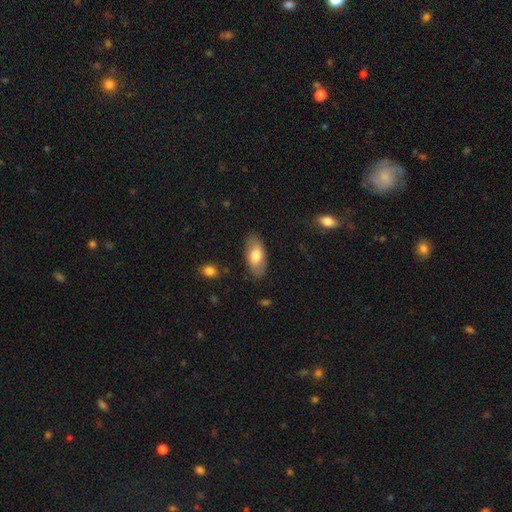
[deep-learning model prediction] smooth-or-featured: smooth: 72% | featured or disk: 22% | star or artifact: 6%
  how-rounded: in between: 91% | cigar-shaped: 6% | round: 3%
  merging: none: 85% | minor disturbance: 11% | major disturbance: 3% | merger: 1%